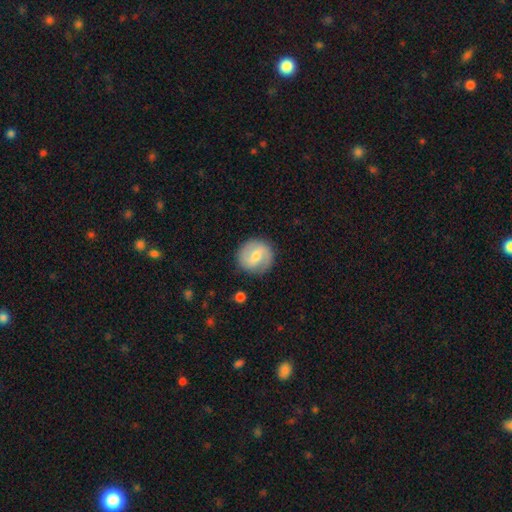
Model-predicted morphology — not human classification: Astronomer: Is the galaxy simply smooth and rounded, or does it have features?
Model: featured or disk — 54% (runner-up: smooth, 40%).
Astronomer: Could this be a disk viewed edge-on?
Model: no — 97%.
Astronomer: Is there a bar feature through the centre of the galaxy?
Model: weak — 52%.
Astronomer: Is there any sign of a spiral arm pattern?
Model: yes — 77%.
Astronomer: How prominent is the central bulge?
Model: moderate — 53% (runner-up: small, 41%).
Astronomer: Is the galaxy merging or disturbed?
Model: none — 86%.